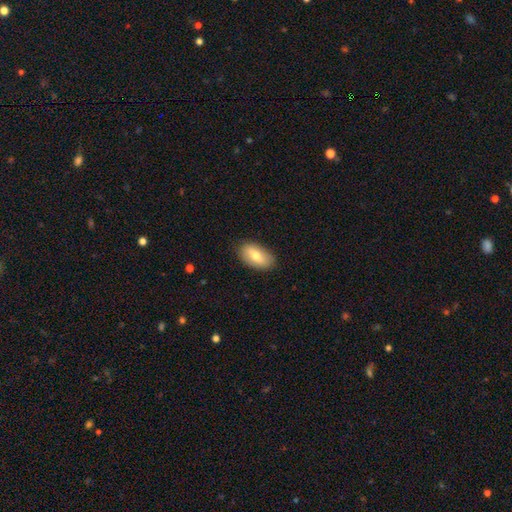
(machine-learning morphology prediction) smooth 71%, featured or disk 23%, star or artifact 7%. Down the decision tree: how rounded — in between (93%); merging — none (85%).